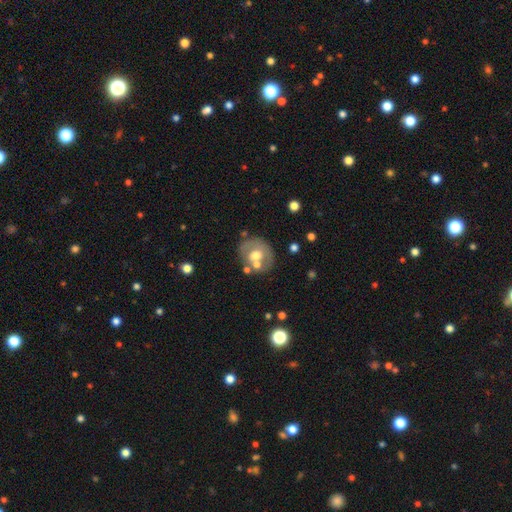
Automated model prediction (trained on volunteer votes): Smooth or featured: smooth — 50% (featured or disk — 42%)
Merging: none — 61% (merger — 17%)